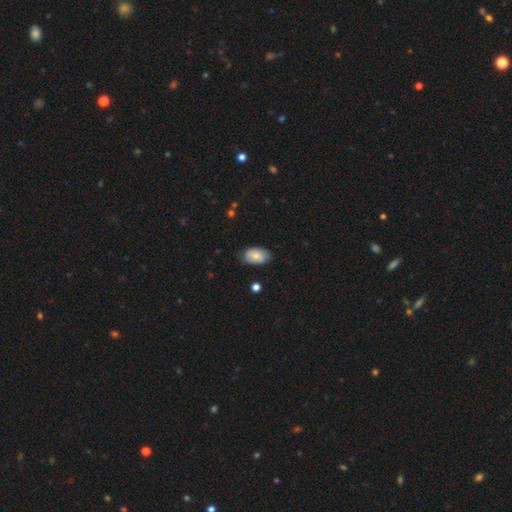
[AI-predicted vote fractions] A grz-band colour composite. It shows a smooth galaxy with no disk features (76%) that is in between round and cigar-shaped (93%). Merging: none (78%).